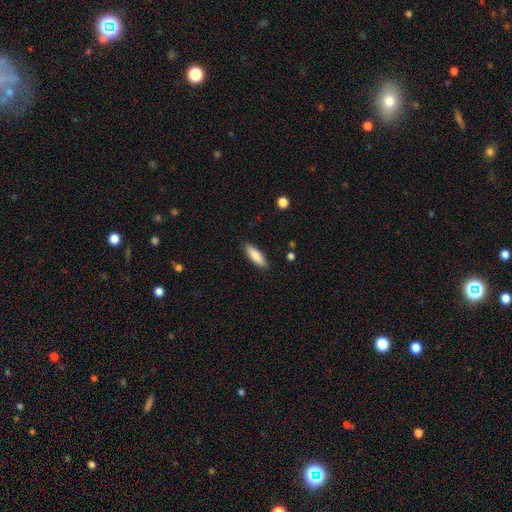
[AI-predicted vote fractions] smooth-or-featured: smooth: 84% | featured or disk: 10% | star or artifact: 6%
  how-rounded: in between: 52% | cigar-shaped: 47% | round: 2%
  merging: none: 88% | minor disturbance: 9% | major disturbance: 2% | merger: 1%